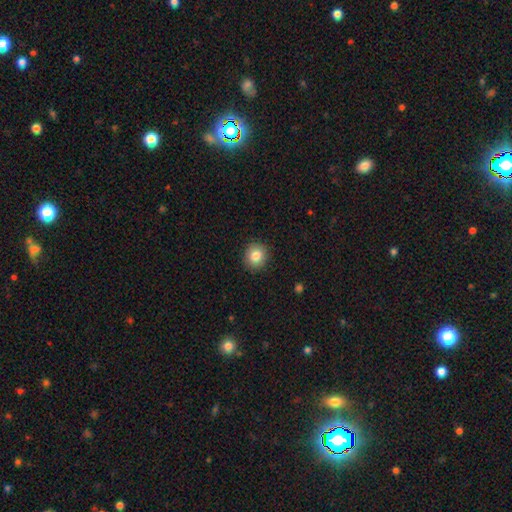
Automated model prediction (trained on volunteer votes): A smooth galaxy with no disk features (83%) that is round (87%).

Vote fractions:
- Smooth or featured? smooth: 83% / star or artifact: 10% / featured or disk: 7%
- How rounded? round: 87% / in between: 12% / cigar-shaped: 1%
- Merging? none: 91% / minor disturbance: 7% / major disturbance: 2% / merger: 1%